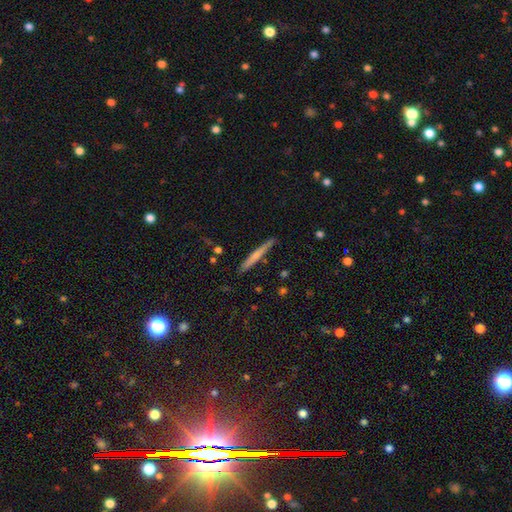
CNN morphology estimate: Smooth or featured? Predicted: smooth (p=0.56). How rounded? Predicted: cigar-shaped (p=0.96). Merging? Predicted: none (p=0.86).